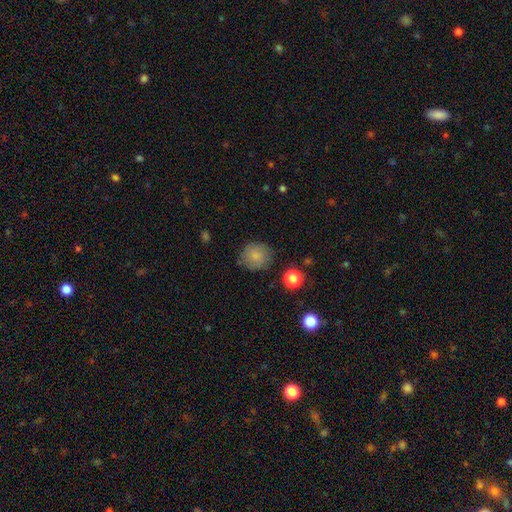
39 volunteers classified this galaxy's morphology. smooth_or_featured: smooth (p=0.87) [alt: featured or disk p=0.10]
how_rounded: round (p=0.88) [alt: in between p=0.12]
merging: none (p=0.66) [alt: minor disturbance p=0.21]